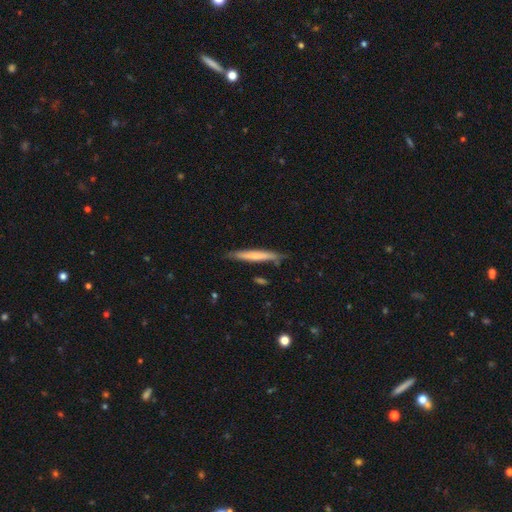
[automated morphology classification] Smooth or featured?
  - smooth: 62% *
  - featured or disk: 32%
  - star or artifact: 6%
How rounded?
  - cigar-shaped: 95% *
  - in between: 4%
  - round: 1%
Merging?
  - none: 81% *
  - minor disturbance: 14%
  - merger: 3%
  - major disturbance: 2%